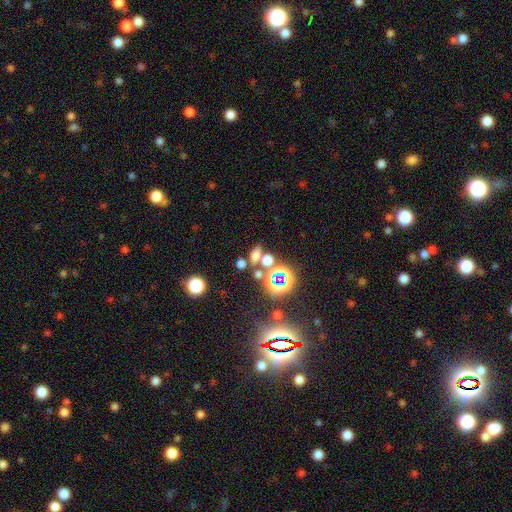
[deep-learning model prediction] A smooth galaxy with no disk features (55%) that is in between round and cigar-shaped (57%).

Vote fractions:
- Smooth or featured? smooth: 55% / star or artifact: 31% / featured or disk: 13%
- How rounded? in between: 57% / round: 29% / cigar-shaped: 14%
- Merging? none: 62% / merger: 22% / minor disturbance: 10% / major disturbance: 6%